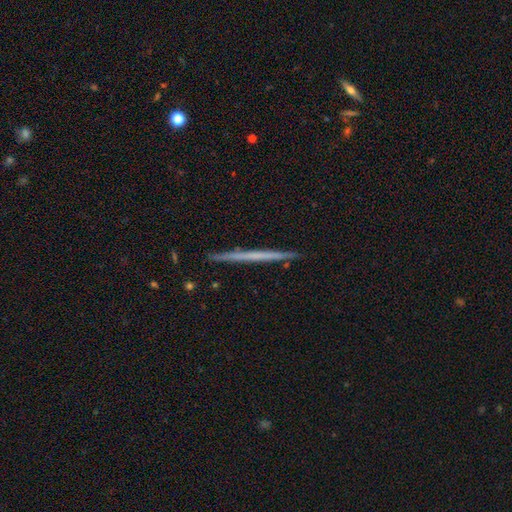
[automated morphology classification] Smooth or featured: featured or disk — 54% (smooth — 40%)
Edge-on disk: yes — 98% (no — 2%)
Edge-on bulge: none — 93% (rounded — 5%)
Merging: none — 92% (minor disturbance — 6%)